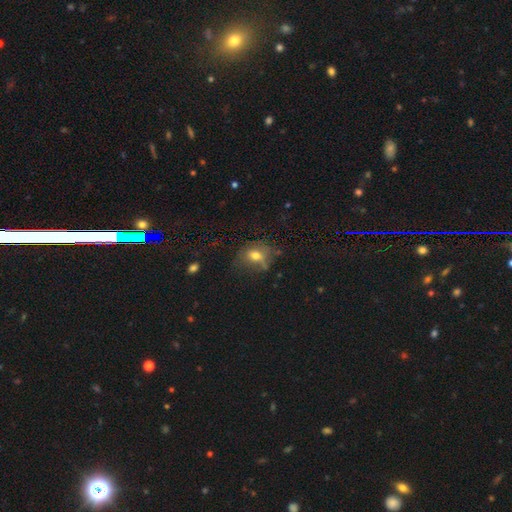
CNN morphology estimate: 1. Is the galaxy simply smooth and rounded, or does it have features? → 64% smooth, 22% featured or disk, 14% star or artifact.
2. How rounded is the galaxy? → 57% in between, 41% round, 2% cigar-shaped.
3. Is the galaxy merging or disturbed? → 50% none, 27% minor disturbance, 19% major disturbance, 4% merger.